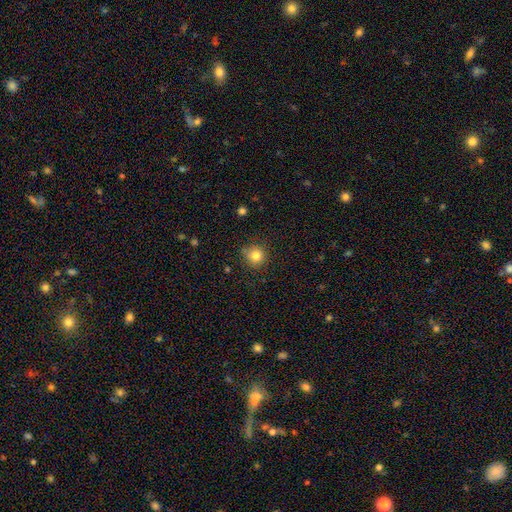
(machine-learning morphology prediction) Smooth or featured?
  - smooth: 82% *
  - star or artifact: 12%
  - featured or disk: 6%
How rounded?
  - round: 92% *
  - in between: 7%
  - cigar-shaped: 1%
Merging?
  - none: 82% *
  - minor disturbance: 13%
  - major disturbance: 3%
  - merger: 2%